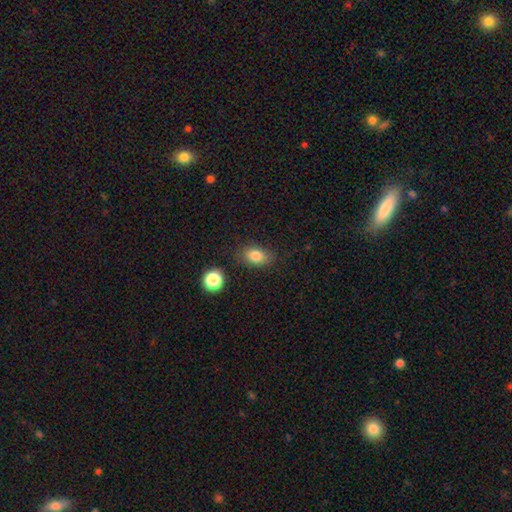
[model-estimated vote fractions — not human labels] smooth-or-featured: smooth: 83% | star or artifact: 10% | featured or disk: 7%
  how-rounded: in between: 80% | round: 18% | cigar-shaped: 2%
  merging: none: 79% | minor disturbance: 14% | major disturbance: 4% | merger: 3%